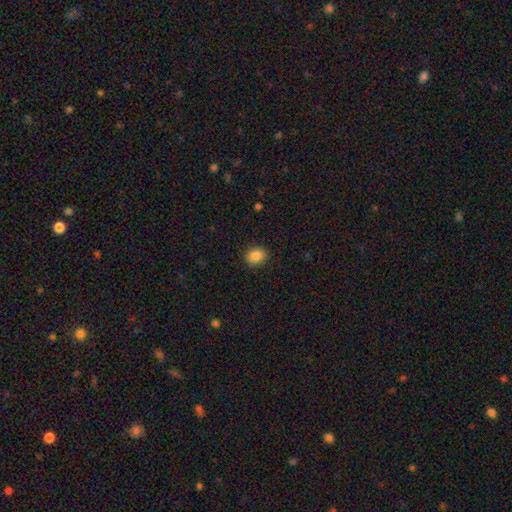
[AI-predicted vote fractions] Morphology: type=smooth (87%); roundness=round (59%); merging=none (89%).